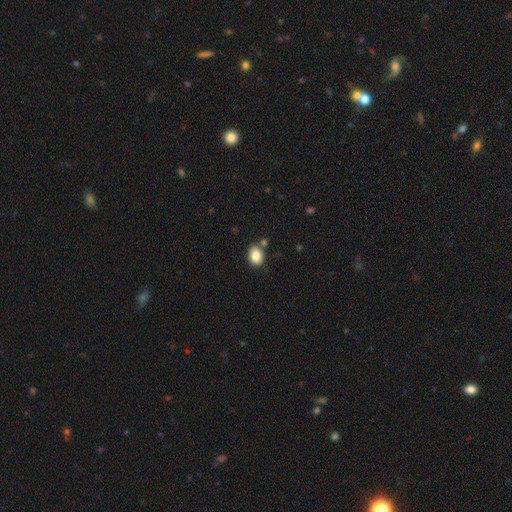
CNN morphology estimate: Smooth or featured: smooth — 85% (star or artifact — 8%)
How rounded: in between — 68% (round — 31%)
Merging: none — 71% (minor disturbance — 16%)